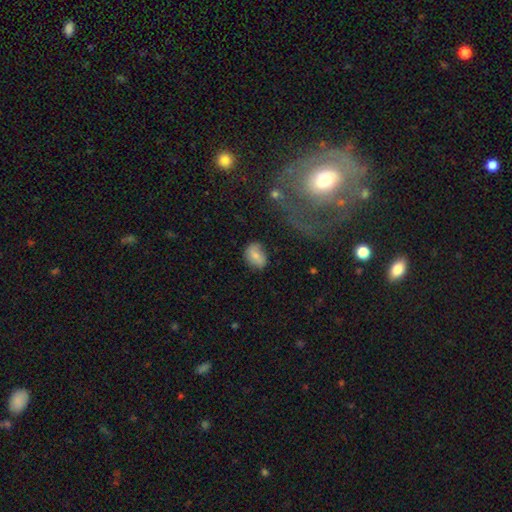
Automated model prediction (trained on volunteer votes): Smooth or featured: smooth — 70% (featured or disk — 21%)
How rounded: in between — 70% (round — 28%)
Merging: none — 69% (minor disturbance — 22%)